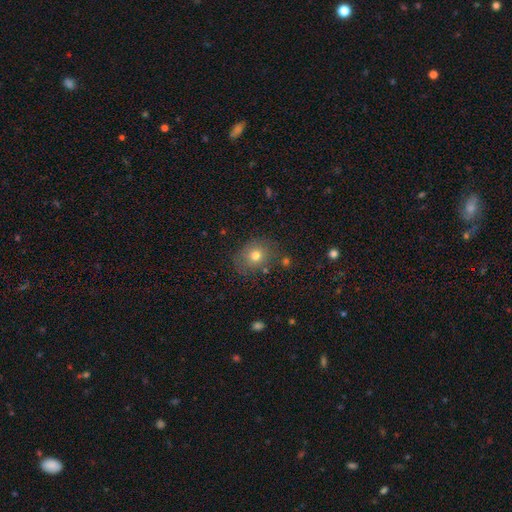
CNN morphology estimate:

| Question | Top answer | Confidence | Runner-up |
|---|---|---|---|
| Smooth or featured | smooth | 75% | star or artifact (13%) |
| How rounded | round | 62% | in between (37%) |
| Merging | none | 74% | minor disturbance (16%) |